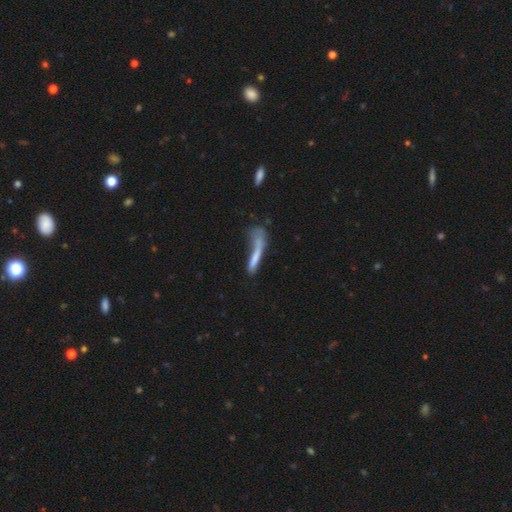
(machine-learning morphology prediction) Q: Smooth or featured?
A: smooth (63%); runner-up: featured or disk (27%)
Q: How rounded?
A: cigar-shaped (87%); runner-up: in between (11%)
Q: Merging?
A: none (32%); runner-up: major disturbance (29%)